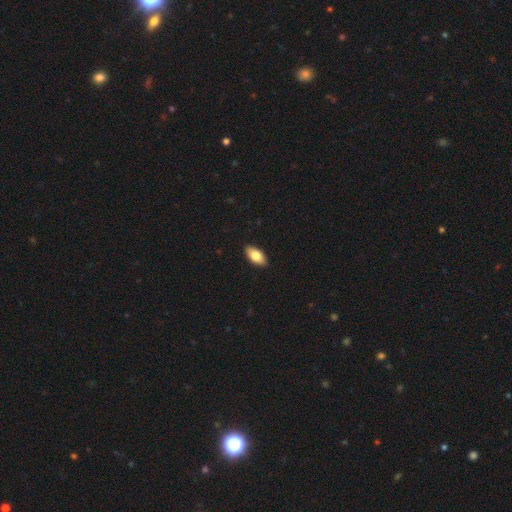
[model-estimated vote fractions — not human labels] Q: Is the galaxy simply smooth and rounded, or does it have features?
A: smooth — 80%.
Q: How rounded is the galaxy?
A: in between — 92%.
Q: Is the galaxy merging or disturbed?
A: none — 90%.